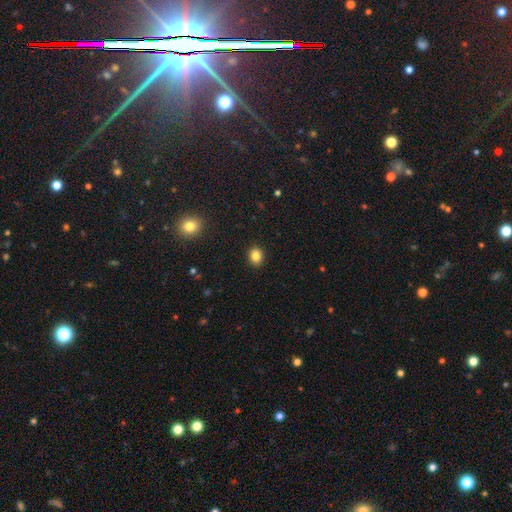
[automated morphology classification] smooth_or_featured: smooth (p=0.85) [alt: star or artifact p=0.11]
how_rounded: round (p=0.63) [alt: in between p=0.36]
merging: none (p=0.91) [alt: minor disturbance p=0.06]